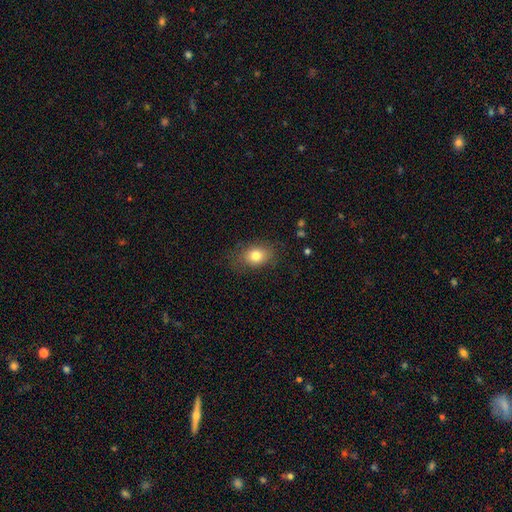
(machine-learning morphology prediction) The model was most divided on "how rounded": in between: 69%, round: 30%, cigar-shaped: 1%. More confident: smooth or featured — smooth (79%); merging — none (77%).